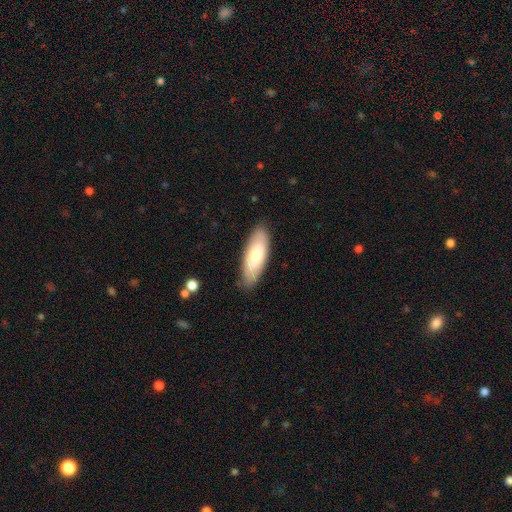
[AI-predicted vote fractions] A smooth galaxy with no disk features (74%) that is in between round and cigar-shaped (68%).

Vote fractions:
- Smooth or featured? smooth: 74% / featured or disk: 20% / star or artifact: 6%
- How rounded? in between: 68% / cigar-shaped: 30% / round: 2%
- Merging? none: 83% / minor disturbance: 13% / major disturbance: 3% / merger: 1%